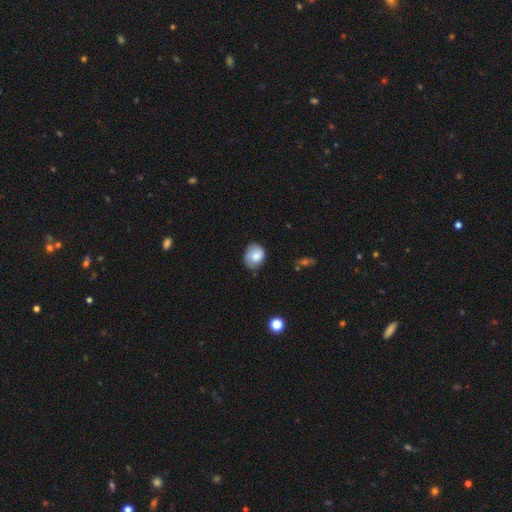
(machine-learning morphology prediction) Overall: smooth (71%). How rounded: round (52%; in between 47%). Merging: none (66%; minor disturbance 26%).